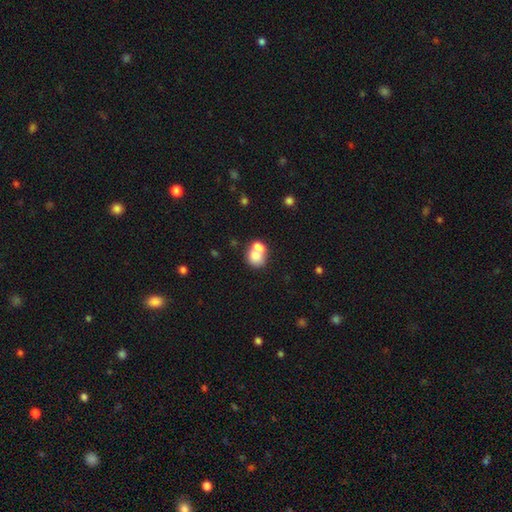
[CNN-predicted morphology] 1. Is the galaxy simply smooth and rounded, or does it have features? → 73% smooth, 17% featured or disk, 9% star or artifact.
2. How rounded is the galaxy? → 56% round, 43% in between, 1% cigar-shaped.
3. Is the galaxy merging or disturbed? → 60% merger, 27% none, 8% minor disturbance, 5% major disturbance.